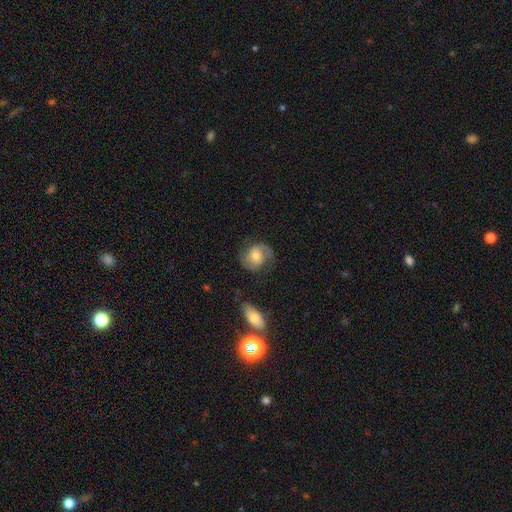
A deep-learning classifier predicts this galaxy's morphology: This is likely a featured or disk galaxy (62%). It is clearly not viewed edge-on (97%). Bar: possibly no (60%). Spiral arm pattern: clearly yes (91%). Spiral arm count: clearly 2 (86%). Spiral winding: possibly medium (49%). Central bulge: possibly moderate (55%). Merging: likely none (70%).